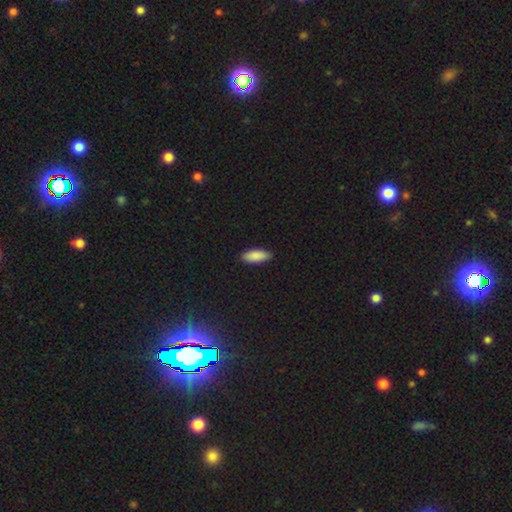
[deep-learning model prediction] This appears to be a smooth galaxy with no disk features (89%) that is in between round and cigar-shaped (75%). Merging: none (89%).